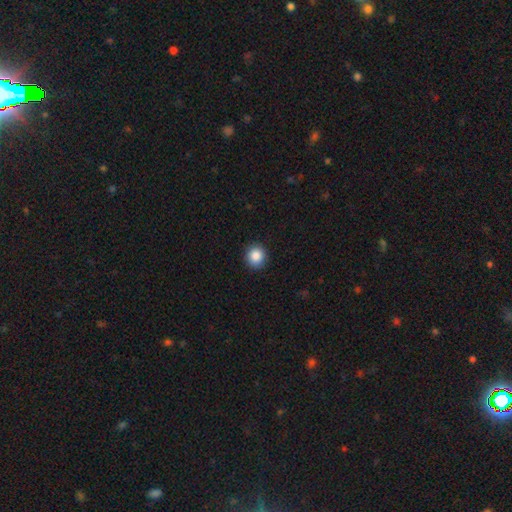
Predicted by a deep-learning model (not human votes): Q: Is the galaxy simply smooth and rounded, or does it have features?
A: smooth — 87%.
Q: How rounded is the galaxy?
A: round — 92%.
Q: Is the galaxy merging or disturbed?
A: none — 91%.